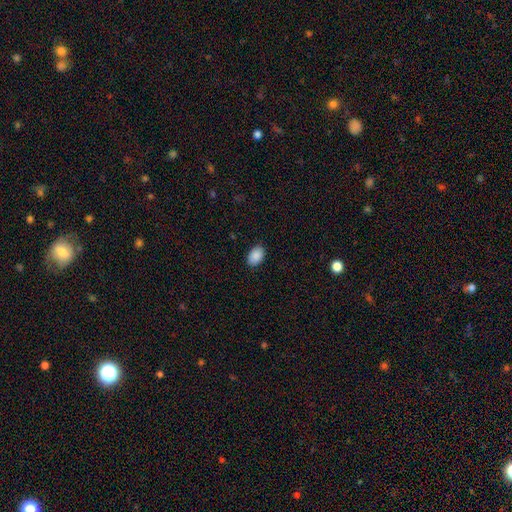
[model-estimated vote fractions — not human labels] smooth_or_featured: smooth (p=0.90) [alt: star or artifact p=0.07]
how_rounded: in between (p=0.88) [alt: round p=0.11]
merging: none (p=0.88) [alt: minor disturbance p=0.09]